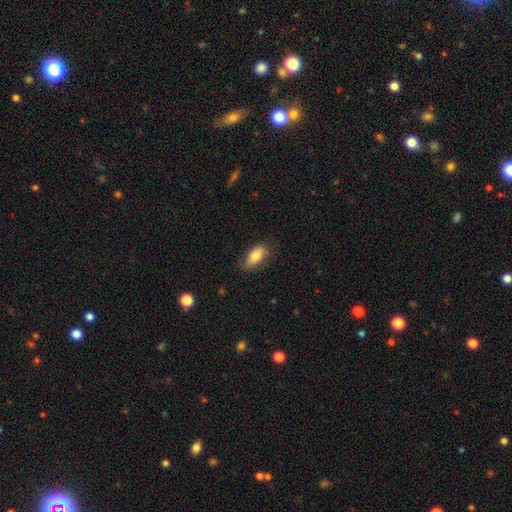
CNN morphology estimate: Smooth or featured? Predicted: smooth (p=0.77). How rounded? Predicted: in between (p=0.86). Merging? Predicted: none (p=0.73).